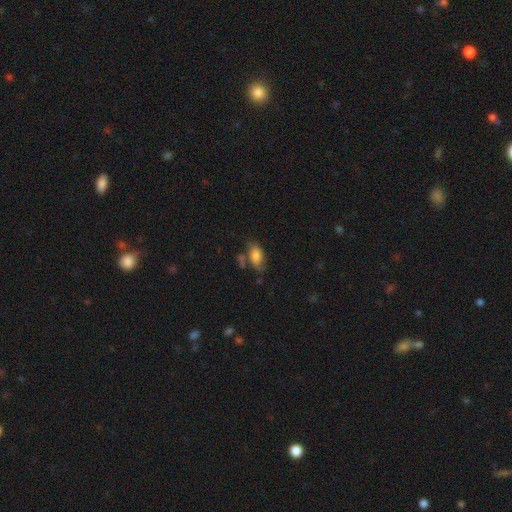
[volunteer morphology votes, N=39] smooth-or-featured: smooth: 85% | featured or disk: 8% | star or artifact: 8%
  how-rounded: in between: 94% | round: 3% | cigar-shaped: 3%
  merging: none: 58% | merger: 19% | minor disturbance: 17% | major disturbance: 6%